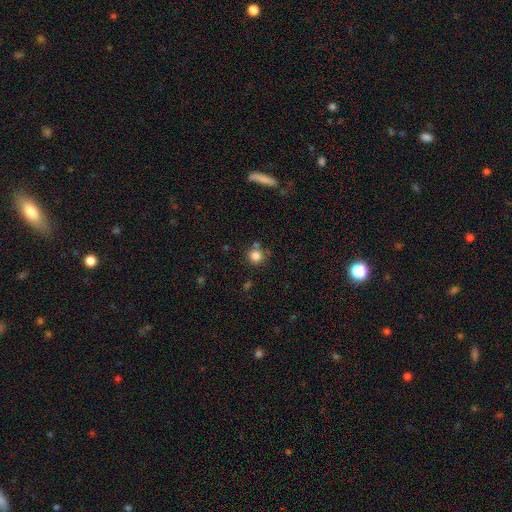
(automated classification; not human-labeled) Overall: smooth (83%). How rounded: round (92%). Merging: none (76%).